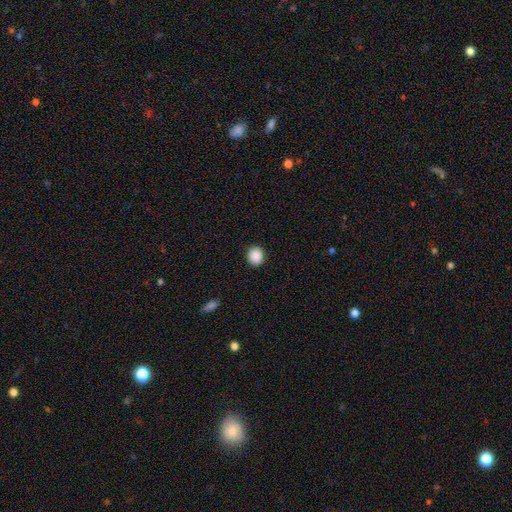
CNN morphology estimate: A smooth galaxy with no disk features (89%) that is round (77%). Merging: none (91%).